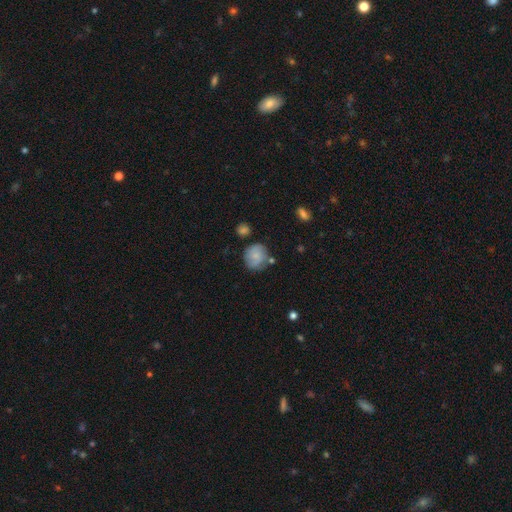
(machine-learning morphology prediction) smooth_or_featured: smooth (p=0.69) [alt: featured or disk p=0.23]
how_rounded: round (p=0.78) [alt: in between p=0.21]
merging: none (p=0.62) [alt: minor disturbance p=0.24]